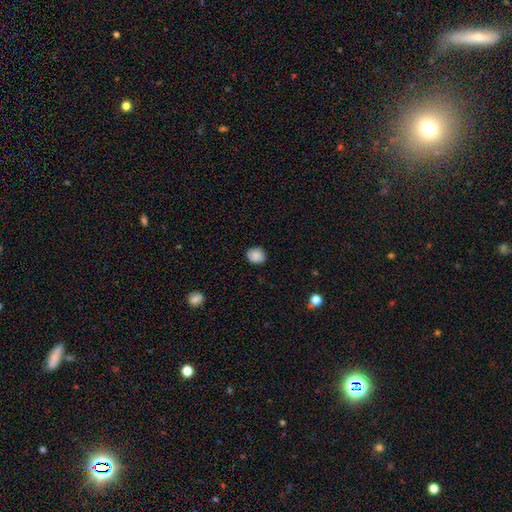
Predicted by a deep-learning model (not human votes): A smooth galaxy with no disk features (87%) that is round (68%). Merging: none (86%).